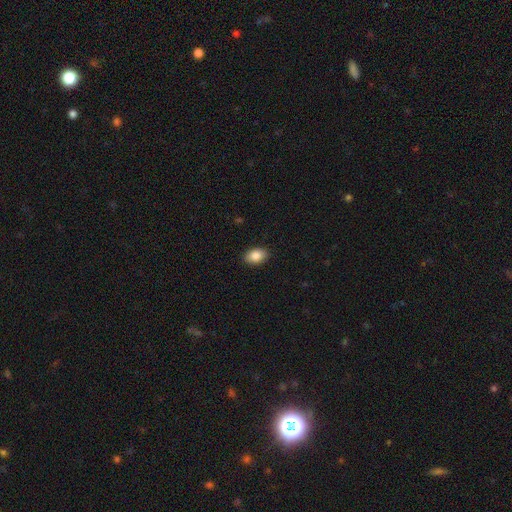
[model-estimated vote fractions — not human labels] Smooth or featured: smooth — 87% (star or artifact — 7%)
How rounded: in between — 86% (round — 13%)
Merging: none — 90% (minor disturbance — 8%)